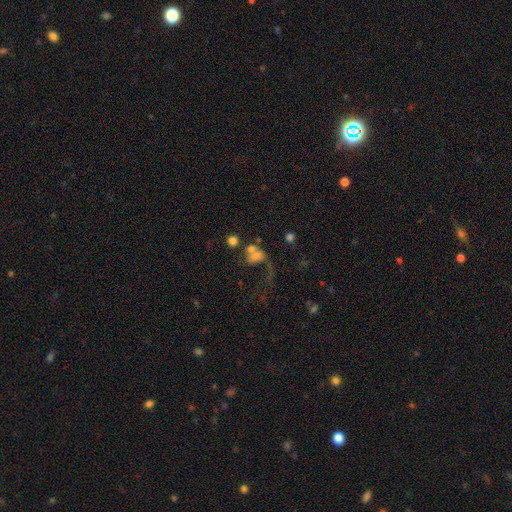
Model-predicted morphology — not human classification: Smooth or featured?
  - smooth: 53% *
  - featured or disk: 32%
  - star or artifact: 15%
How rounded?
  - in between: 56% *
  - round: 42%
  - cigar-shaped: 2%
Merging?
  - merger: 37% *
  - major disturbance: 32%
  - none: 21%
  - minor disturbance: 10%